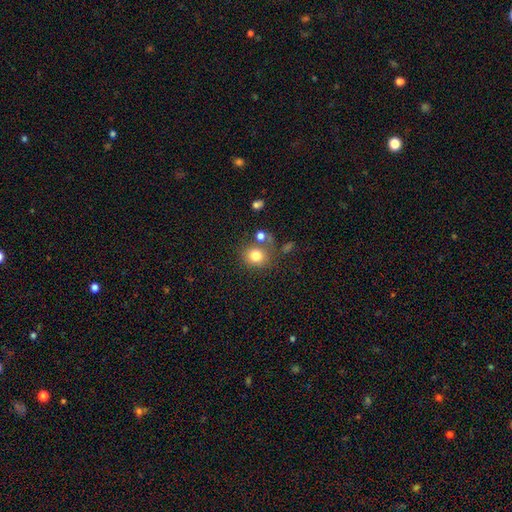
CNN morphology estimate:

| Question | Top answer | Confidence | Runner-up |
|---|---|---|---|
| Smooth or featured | smooth | 79% | star or artifact (12%) |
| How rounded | round | 78% | in between (22%) |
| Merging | none | 64% | merger (16%) |